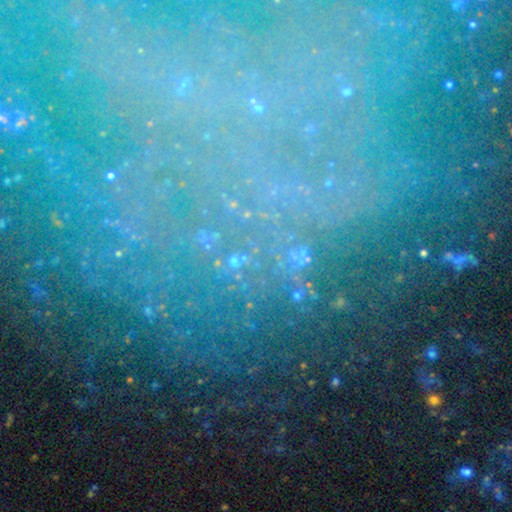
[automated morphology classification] Smooth or featured? star or artifact (64%)